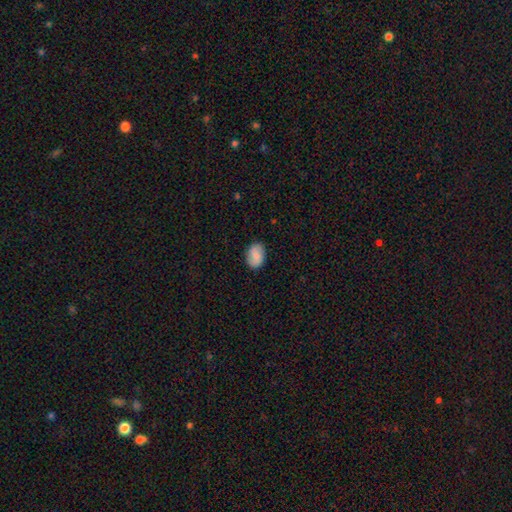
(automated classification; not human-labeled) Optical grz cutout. It shows a smooth galaxy with no disk features (69%) that is in between round and cigar-shaped (79%). Merging: none (83%).